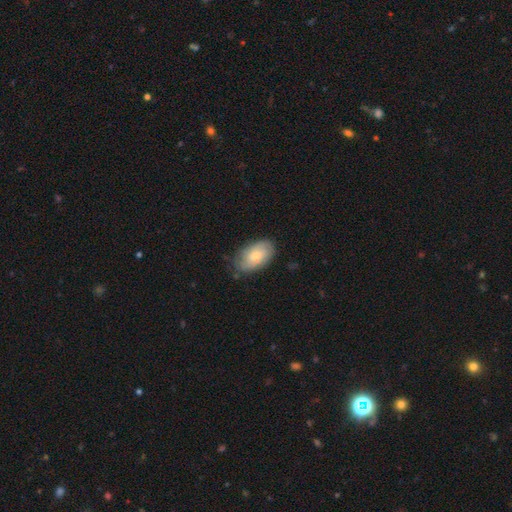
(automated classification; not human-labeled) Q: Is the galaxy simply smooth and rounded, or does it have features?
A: smooth — 63%.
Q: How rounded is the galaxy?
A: in between — 93%.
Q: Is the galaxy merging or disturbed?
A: none — 72%.